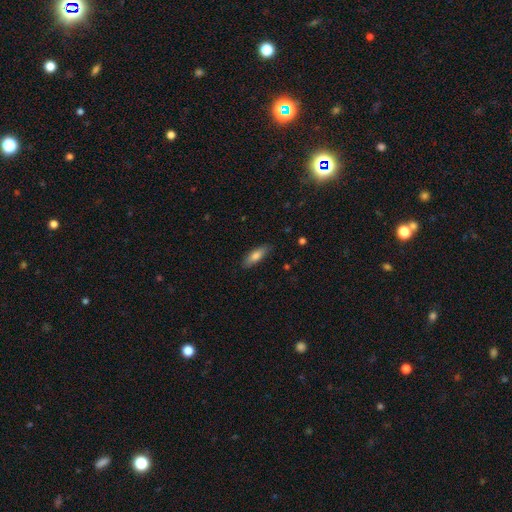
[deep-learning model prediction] Smooth or featured: smooth — 77% (featured or disk — 16%)
How rounded: in between — 56% (cigar-shaped — 42%)
Merging: none — 85% (minor disturbance — 12%)